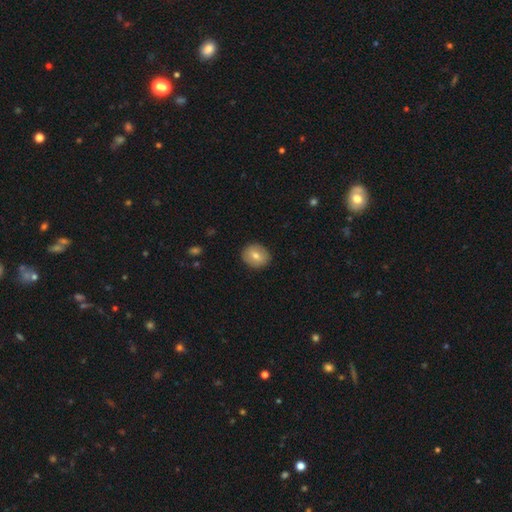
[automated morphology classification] The model was most divided on "how rounded": round: 72%, in between: 27%, cigar-shaped: 1%. More confident: merging — none (90%); smooth or featured — smooth (72%).